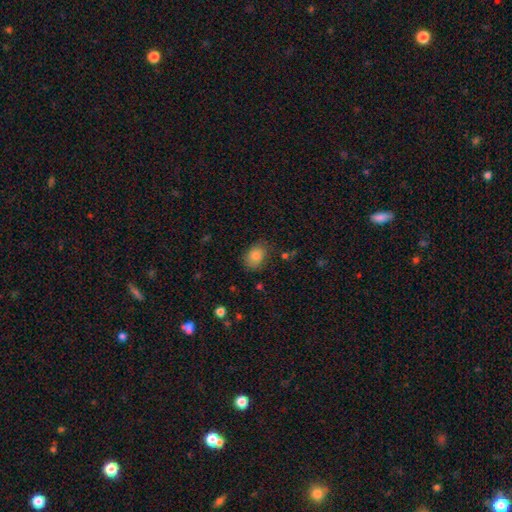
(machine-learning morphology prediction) type=smooth (82%); roundness=in between (68%); merging=none (74%).